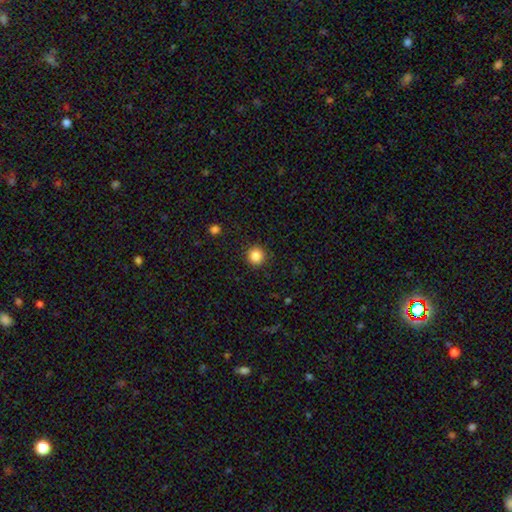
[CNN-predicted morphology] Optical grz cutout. It shows a smooth galaxy with no disk features (85%) that is round (95%). Merging: none (92%).